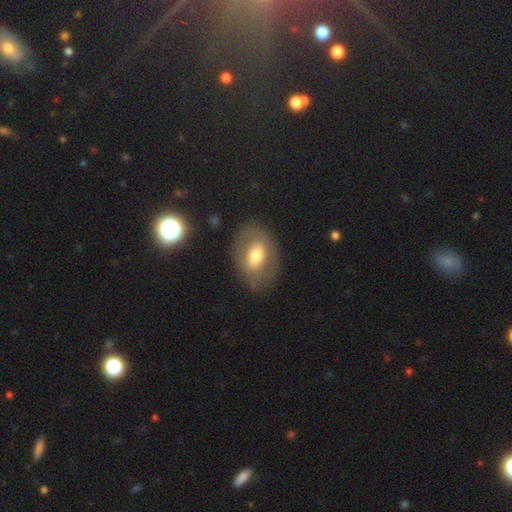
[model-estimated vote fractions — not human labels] A smooth galaxy with no disk features (50%). Merging: none (76%).